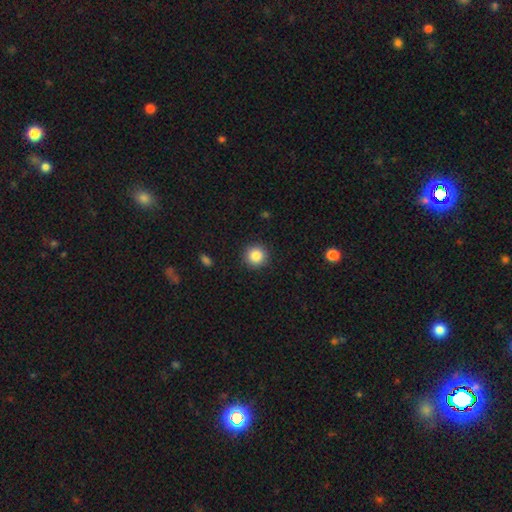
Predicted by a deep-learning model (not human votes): Overall: smooth (85%). How rounded: round (95%). Merging: none (91%).